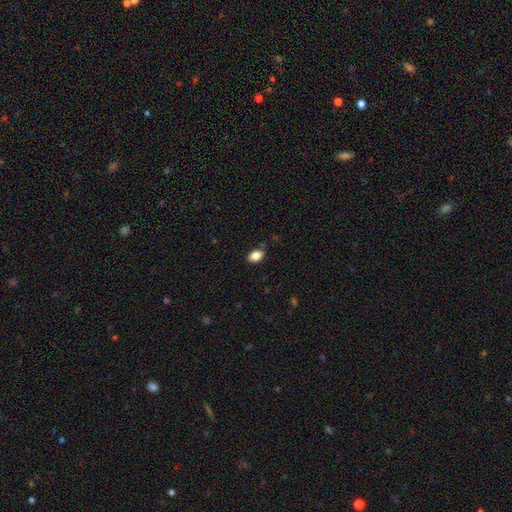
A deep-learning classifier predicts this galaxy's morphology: smooth 86%, star or artifact 9%, featured or disk 5%. Down the decision tree: how rounded — in between (85%); merging — none (83%).